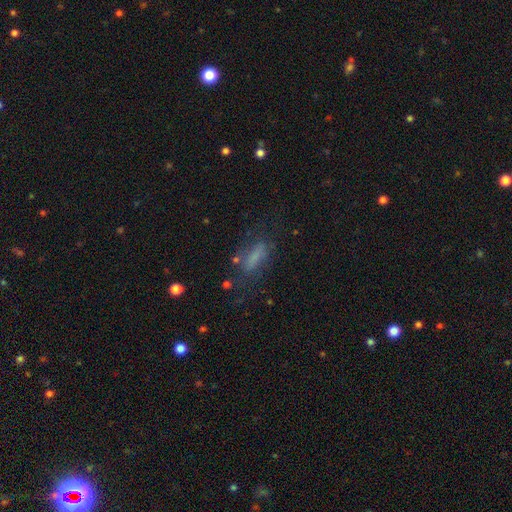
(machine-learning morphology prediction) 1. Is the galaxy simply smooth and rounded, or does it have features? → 65% smooth, 22% featured or disk, 13% star or artifact.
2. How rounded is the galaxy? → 50% in between, 46% cigar-shaped, 4% round.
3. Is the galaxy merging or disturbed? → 60% none, 20% minor disturbance, 16% major disturbance, 4% merger.